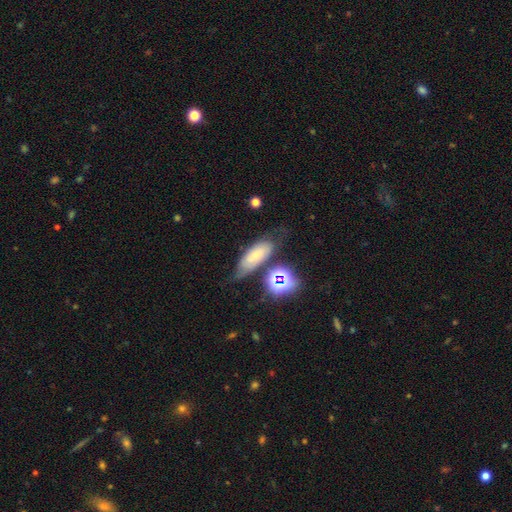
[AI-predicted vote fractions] The model was most divided on "smooth or featured": smooth: 52%, featured or disk: 30%, star or artifact: 17%. More confident: how rounded — in between (71%); merging — none (55%).